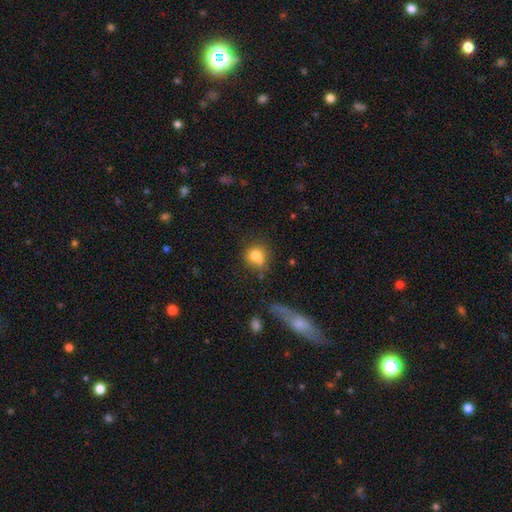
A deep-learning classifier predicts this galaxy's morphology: type=smooth (75%); roundness=round (71%); merging=none (45%).